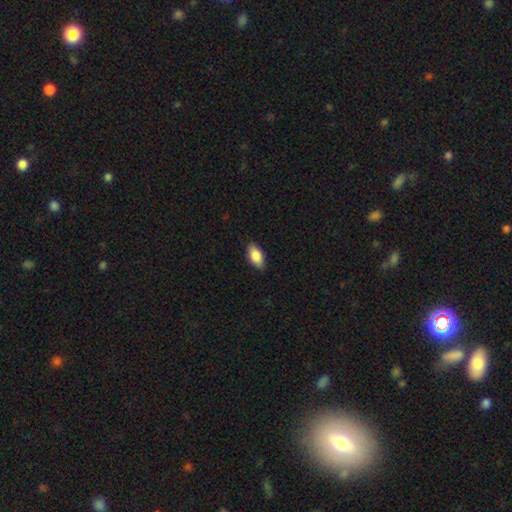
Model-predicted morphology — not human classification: This is clearly a smooth galaxy (86%). How rounded: clearly in between (92%). Merging: clearly none (85%).